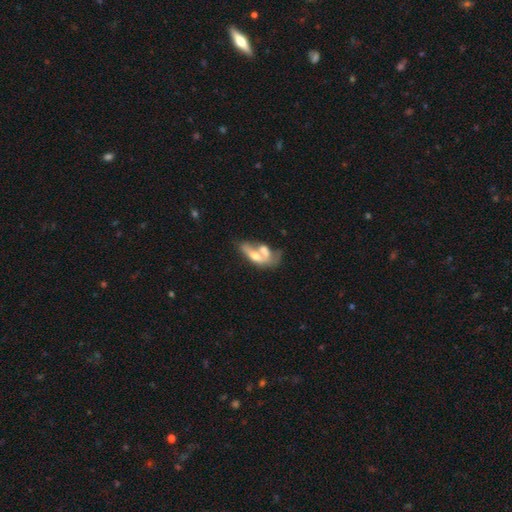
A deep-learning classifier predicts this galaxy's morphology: Q: Smooth or featured?
A: smooth (47%); runner-up: featured or disk (46%)
Q: Merging?
A: merger (63%); runner-up: none (16%)